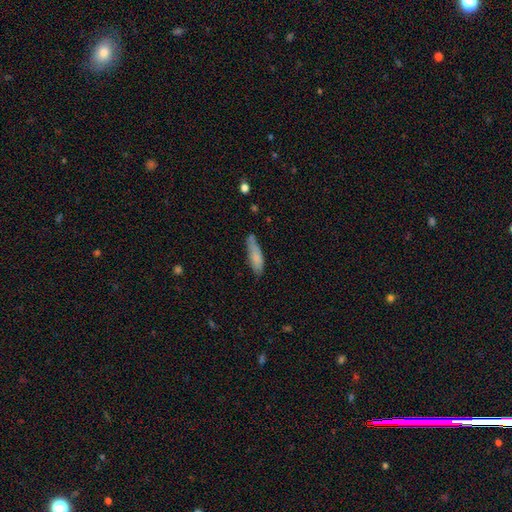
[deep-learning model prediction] Morphology: type=smooth (76%); roundness=cigar-shaped (66%); merging=none (65%).